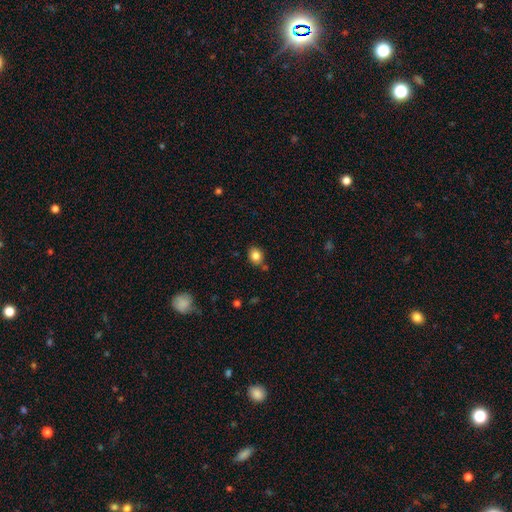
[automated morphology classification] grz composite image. It shows a smooth galaxy with no disk features (83%) that is round (52%). Merging: none (75%).